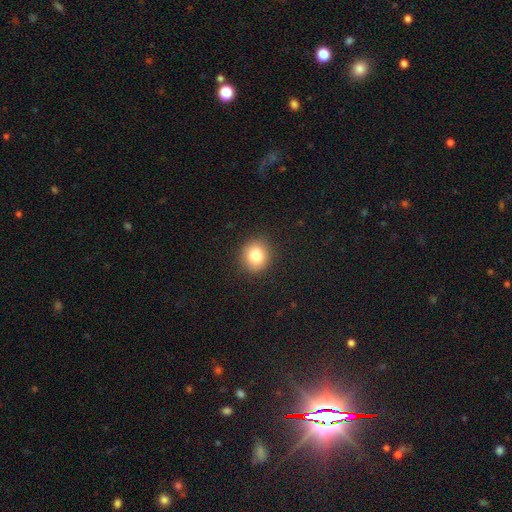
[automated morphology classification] A smooth galaxy with no disk features (82%) that is round (82%).

Vote fractions:
- Smooth or featured? smooth: 82% / star or artifact: 11% / featured or disk: 8%
- How rounded? round: 82% / in between: 17% / cigar-shaped: 1%
- Merging? none: 90% / minor disturbance: 7% / major disturbance: 2% / merger: 1%